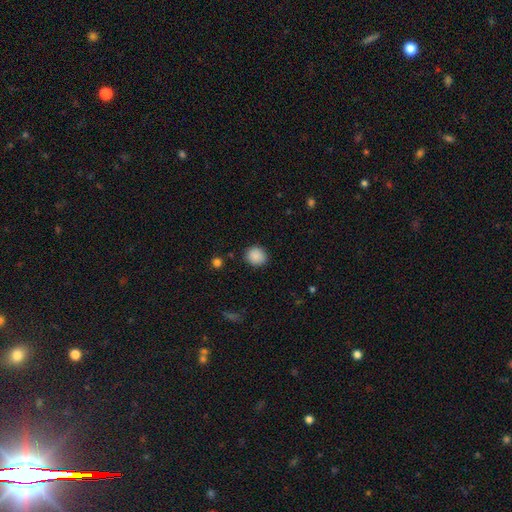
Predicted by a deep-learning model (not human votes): smooth 89%, star or artifact 8%, featured or disk 3%. Down the decision tree: how rounded — round (84%); merging — none (89%).